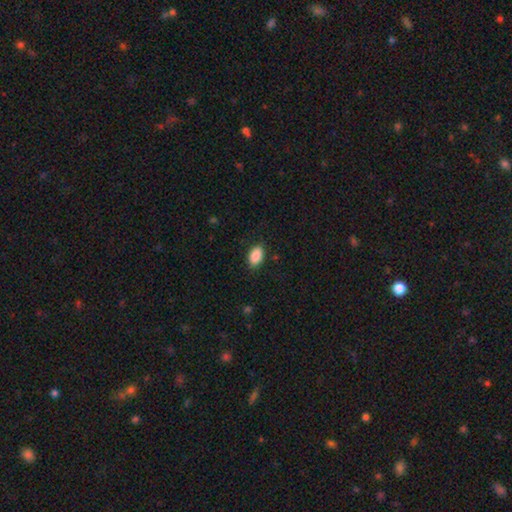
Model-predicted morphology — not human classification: Smooth or featured?
  - smooth: 89% *
  - star or artifact: 7%
  - featured or disk: 4%
How rounded?
  - in between: 92% *
  - round: 7%
  - cigar-shaped: 2%
Merging?
  - none: 86% *
  - minor disturbance: 10%
  - major disturbance: 2%
  - merger: 1%